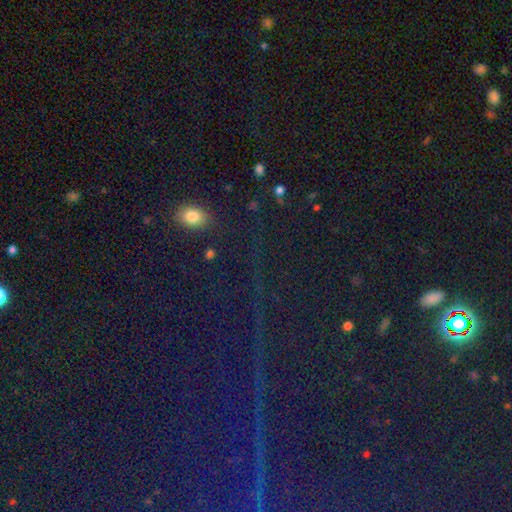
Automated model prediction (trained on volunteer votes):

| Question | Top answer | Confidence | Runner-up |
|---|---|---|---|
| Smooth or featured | star or artifact | 49% | smooth (44%) |